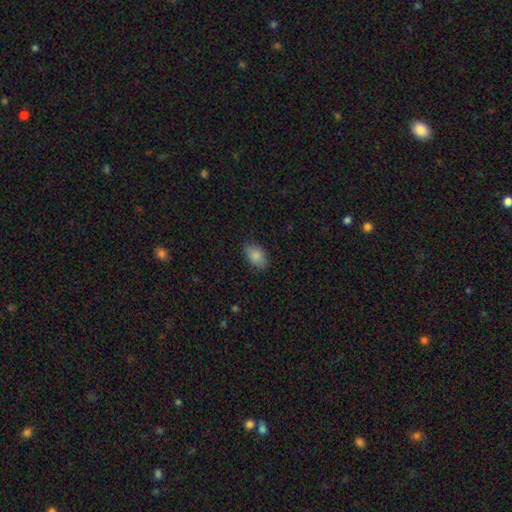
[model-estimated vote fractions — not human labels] Smooth or featured?
  - smooth: 87% *
  - star or artifact: 8%
  - featured or disk: 6%
How rounded?
  - in between: 89% *
  - round: 9%
  - cigar-shaped: 2%
Merging?
  - none: 84% *
  - minor disturbance: 13%
  - major disturbance: 3%
  - merger: 1%